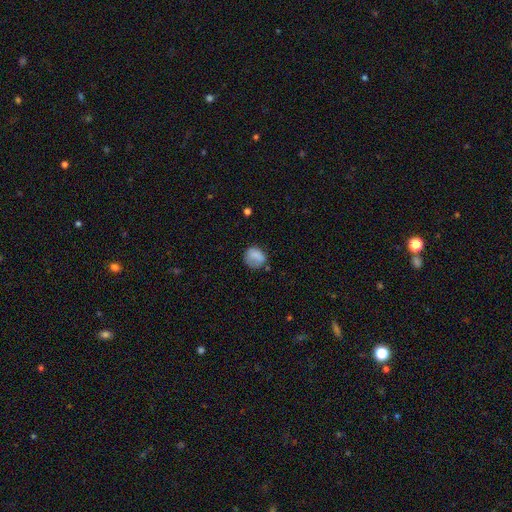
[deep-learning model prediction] Morphology: type=smooth (78%); roundness=round (75%); merging=none (60%).